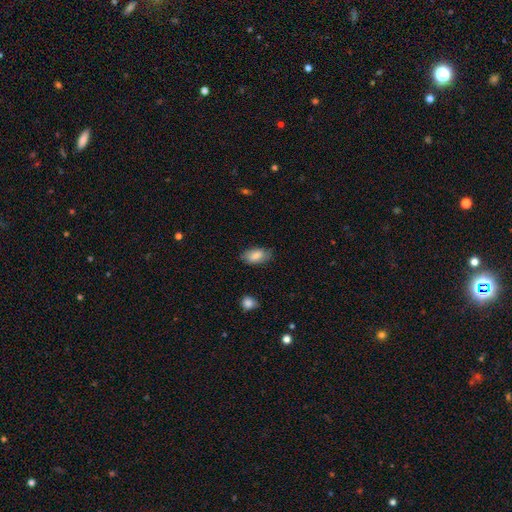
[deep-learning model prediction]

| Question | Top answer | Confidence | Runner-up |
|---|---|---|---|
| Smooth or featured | smooth | 84% | featured or disk (10%) |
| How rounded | in between | 93% | round (4%) |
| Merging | none | 76% | minor disturbance (19%) |